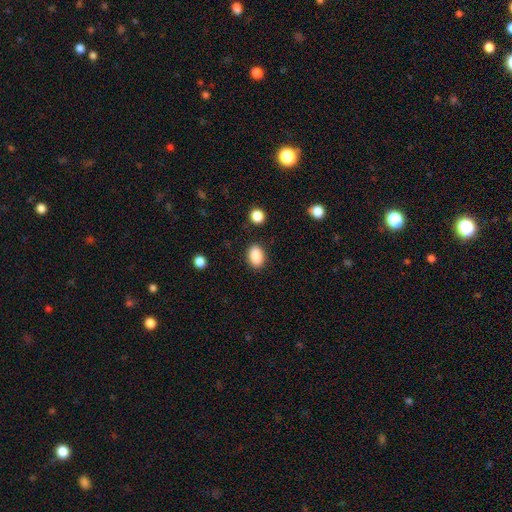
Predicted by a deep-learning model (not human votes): Smooth or featured? Predicted: smooth (p=0.89). How rounded? Predicted: in between (p=0.83). Merging? Predicted: none (p=0.87).